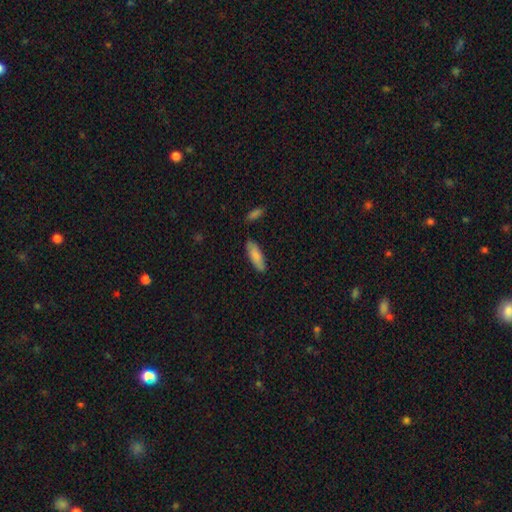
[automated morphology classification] Overall: smooth (84%). How rounded: in between (60%; cigar-shaped 38%). Merging: none (83%).